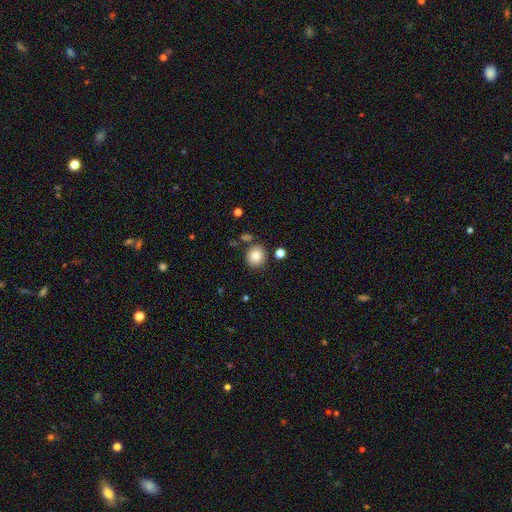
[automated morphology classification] type=smooth (82%); roundness=round (87%); merging=none (82%).